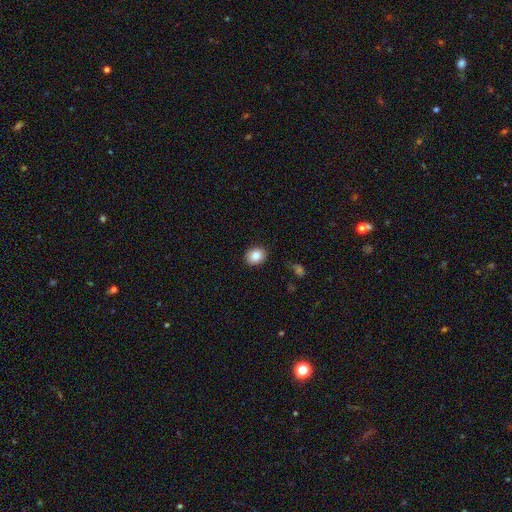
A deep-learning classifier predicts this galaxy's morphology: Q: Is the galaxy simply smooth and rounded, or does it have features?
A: smooth — 84%.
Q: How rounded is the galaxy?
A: round — 61%.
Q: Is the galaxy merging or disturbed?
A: none — 90%.